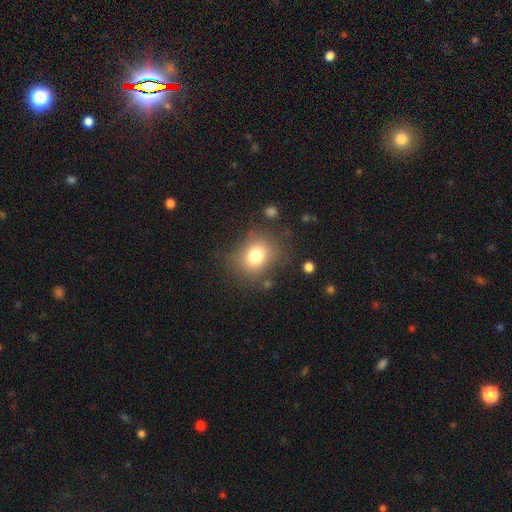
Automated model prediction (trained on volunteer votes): A smooth galaxy with no disk features (76%) that is round (65%).

Vote fractions:
- Smooth or featured? smooth: 76% / star or artifact: 13% / featured or disk: 11%
- How rounded? round: 65% / in between: 34% / cigar-shaped: 1%
- Merging? none: 73% / minor disturbance: 16% / major disturbance: 8% / merger: 3%